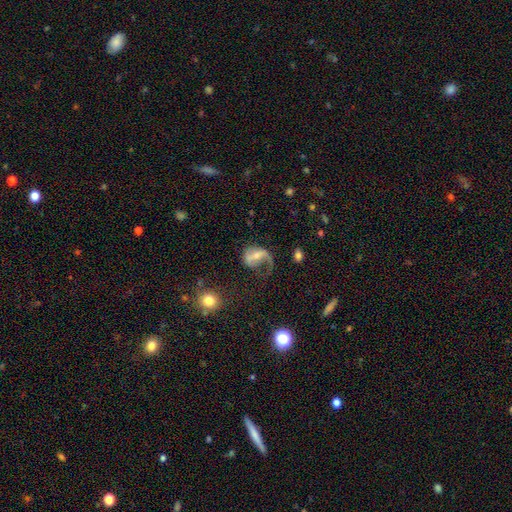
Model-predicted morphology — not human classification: This appears to be a featured or disk galaxy (68%) with a weak bar (39%), 1 (55%) loose (59%) spiral arms (83%) and a small central bulge (52%). Merging: major disturbance (47%).